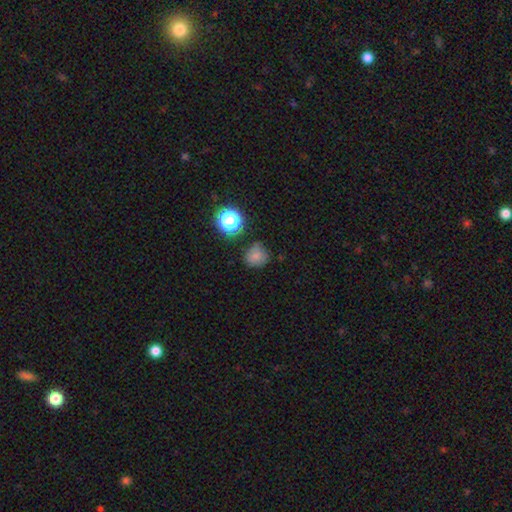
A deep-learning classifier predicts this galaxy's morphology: This appears to be a smooth galaxy with no disk features (74%) that is round (79%). Merging: none (67%).